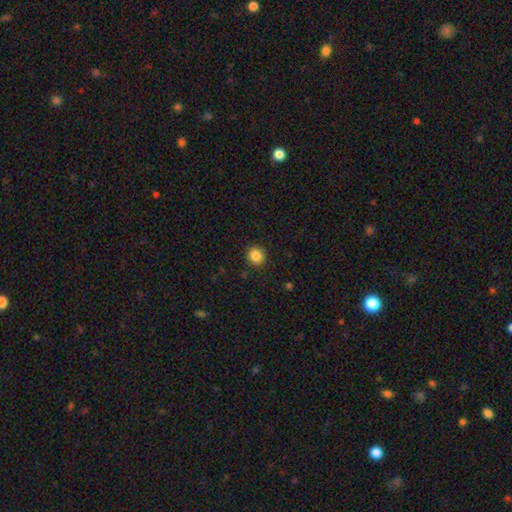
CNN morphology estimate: type=smooth (85%); roundness=round (86%); merging=none (91%).